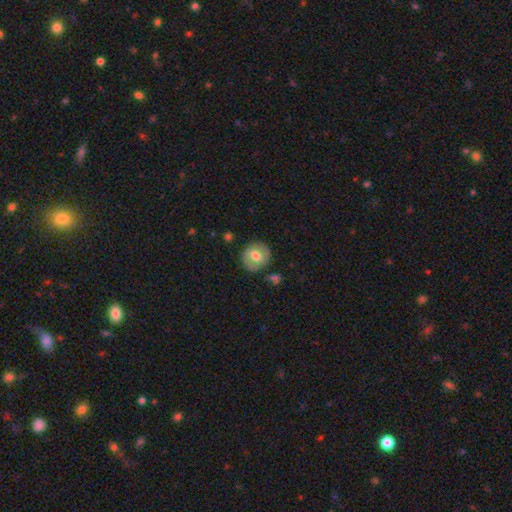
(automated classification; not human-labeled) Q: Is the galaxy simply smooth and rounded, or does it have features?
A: smooth — 60%.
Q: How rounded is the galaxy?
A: round — 83%.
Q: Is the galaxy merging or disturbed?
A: none — 83%.